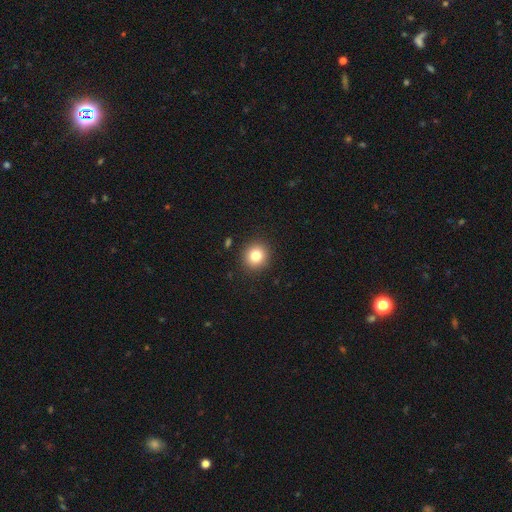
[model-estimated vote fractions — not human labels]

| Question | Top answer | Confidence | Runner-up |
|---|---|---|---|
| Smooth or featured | smooth | 82% | star or artifact (11%) |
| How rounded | round | 87% | in between (12%) |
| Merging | none | 91% | minor disturbance (6%) |